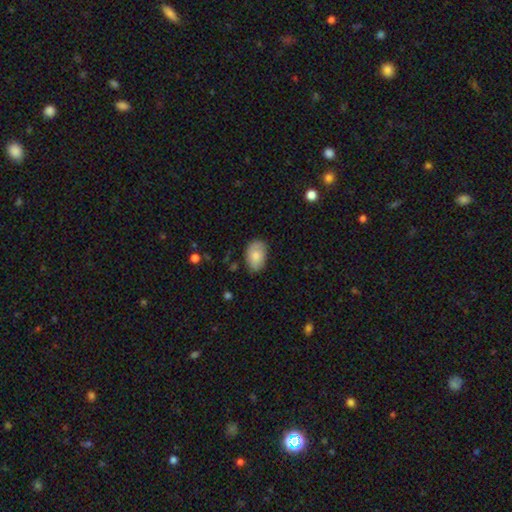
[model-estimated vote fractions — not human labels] smooth-or-featured: smooth: 83% | featured or disk: 10% | star or artifact: 6%
  how-rounded: in between: 88% | round: 11% | cigar-shaped: 1%
  merging: none: 77% | minor disturbance: 18% | major disturbance: 3% | merger: 1%